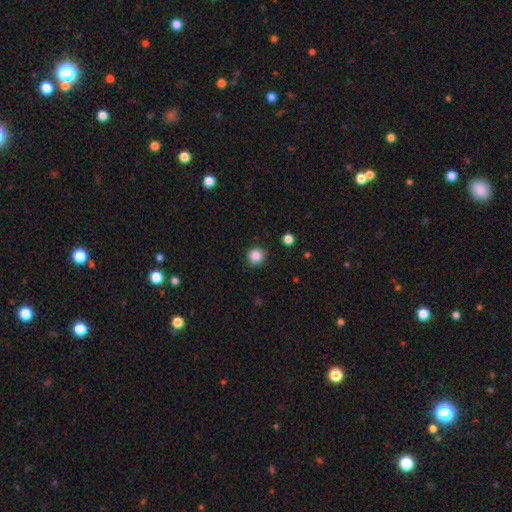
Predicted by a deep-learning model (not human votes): Q: Smooth or featured?
A: smooth (86%); runner-up: star or artifact (11%)
Q: How rounded?
A: round (93%); runner-up: in between (6%)
Q: Merging?
A: none (87%); runner-up: minor disturbance (9%)